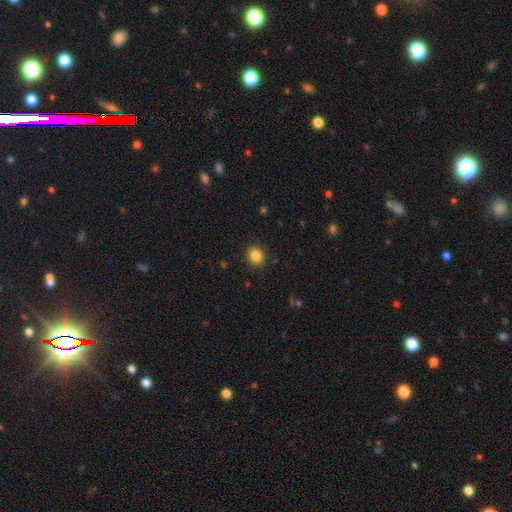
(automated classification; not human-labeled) Morphology: type=smooth (86%); roundness=round (60%); merging=none (89%).